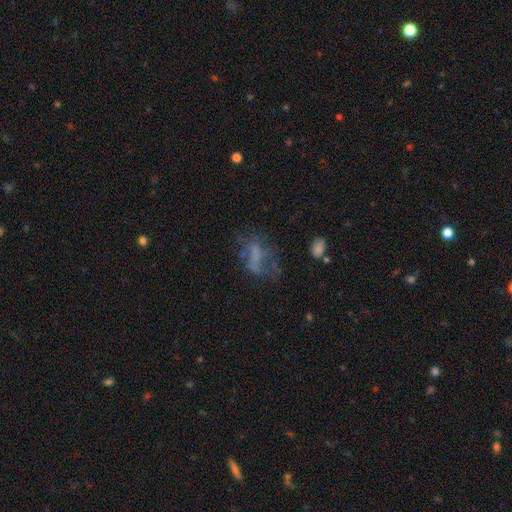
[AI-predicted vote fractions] A featured or disk galaxy (42%). Merging: major disturbance (37%, tied with none).